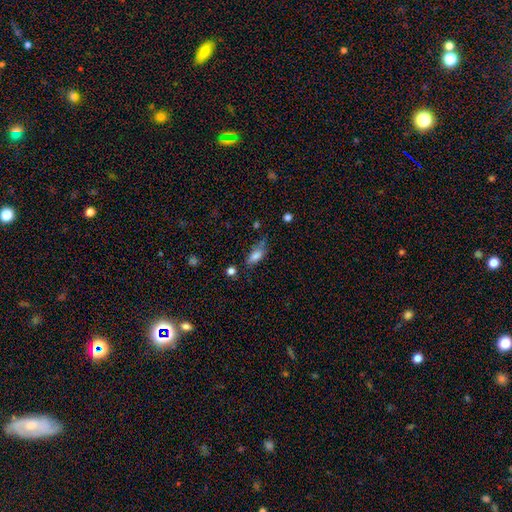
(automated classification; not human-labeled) Q: Smooth or featured?
A: smooth (76%); runner-up: featured or disk (15%)
Q: How rounded?
A: in between (80%); runner-up: cigar-shaped (16%)
Q: Merging?
A: none (50%); runner-up: minor disturbance (32%)